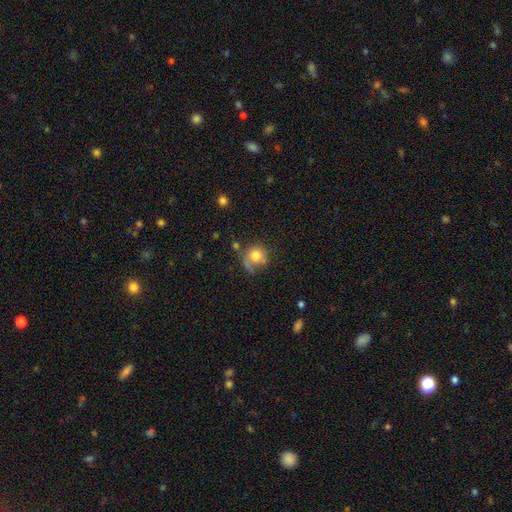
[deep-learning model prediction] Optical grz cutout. It shows a smooth galaxy with no disk features (66%) that is round (81%). Merging: none (46%).